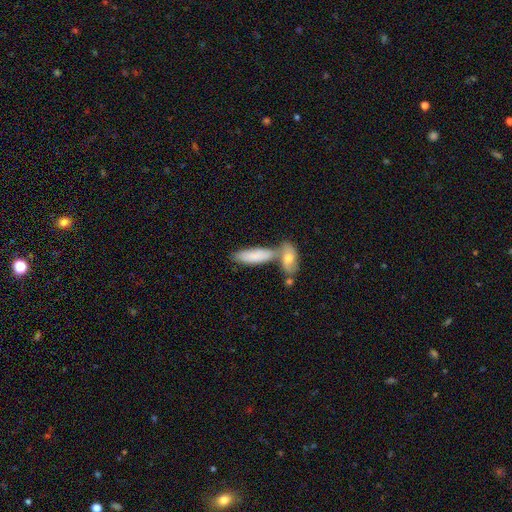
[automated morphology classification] The model was most divided on "merging": merger: 45%, none: 40%, minor disturbance: 11%, major disturbance: 4%. More confident: smooth or featured — smooth (80%); how rounded — in between (60%).